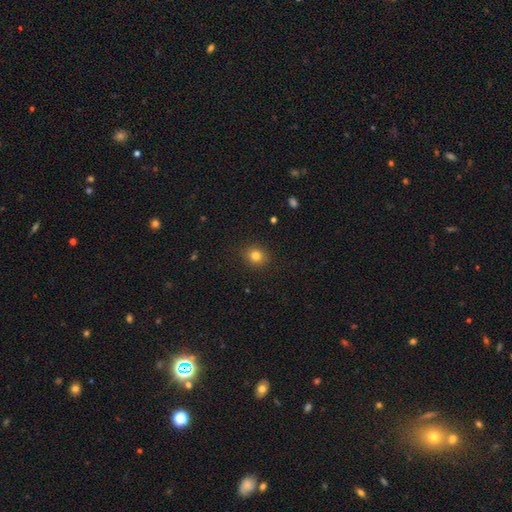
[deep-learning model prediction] Smooth or featured?
  - smooth: 81% *
  - star or artifact: 13%
  - featured or disk: 6%
How rounded?
  - round: 80% *
  - in between: 19%
  - cigar-shaped: 1%
Merging?
  - none: 89% *
  - minor disturbance: 8%
  - major disturbance: 2%
  - merger: 1%